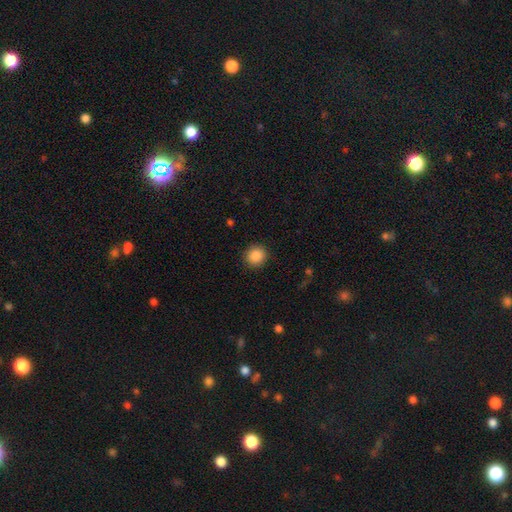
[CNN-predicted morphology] This is clearly a smooth galaxy (88%). How rounded: clearly round (87%). Merging: clearly none (90%).